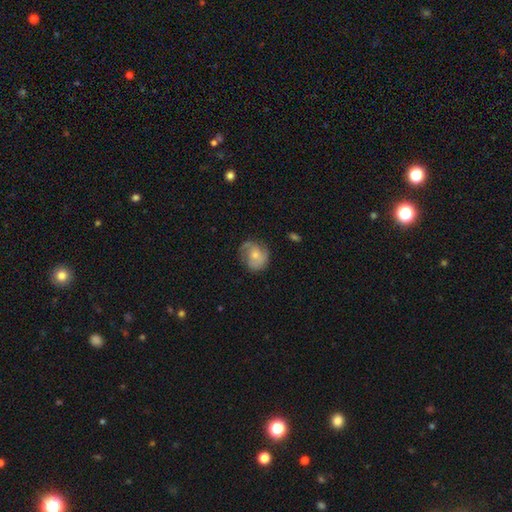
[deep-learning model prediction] This is possibly a smooth galaxy (47%). Merging: possibly none (58%).